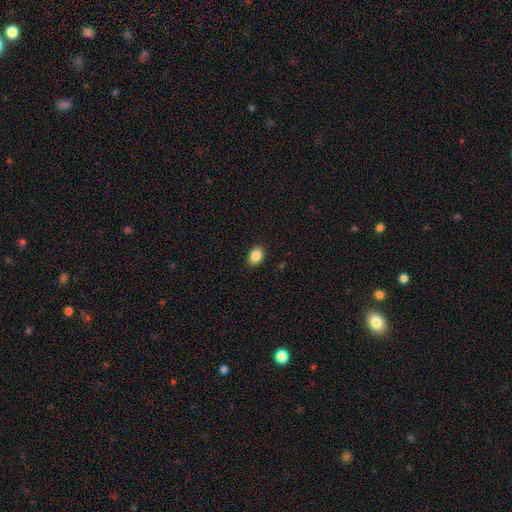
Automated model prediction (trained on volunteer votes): This is clearly a smooth galaxy (87%). How rounded: likely in between (76%). Merging: clearly none (90%).